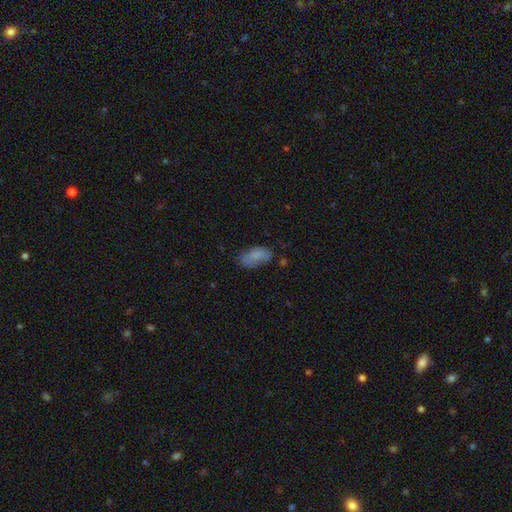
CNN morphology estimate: A smooth galaxy with no disk features (76%) that is in between round and cigar-shaped (91%). Merging: none (57%).